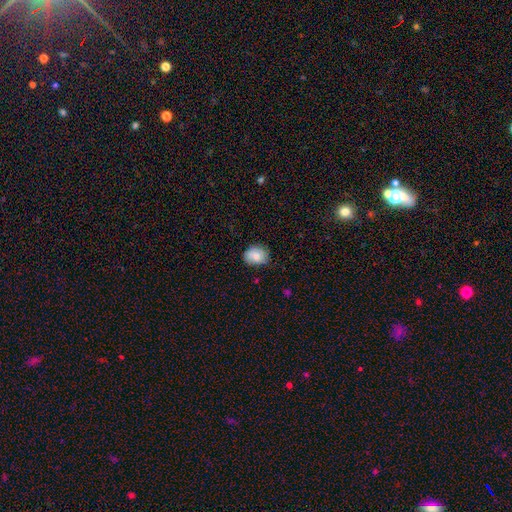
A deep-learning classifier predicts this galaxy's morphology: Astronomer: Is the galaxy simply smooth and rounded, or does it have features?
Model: smooth — 79%.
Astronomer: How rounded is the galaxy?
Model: round — 51% (runner-up: in between, 49%).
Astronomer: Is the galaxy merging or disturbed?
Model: none — 72%.